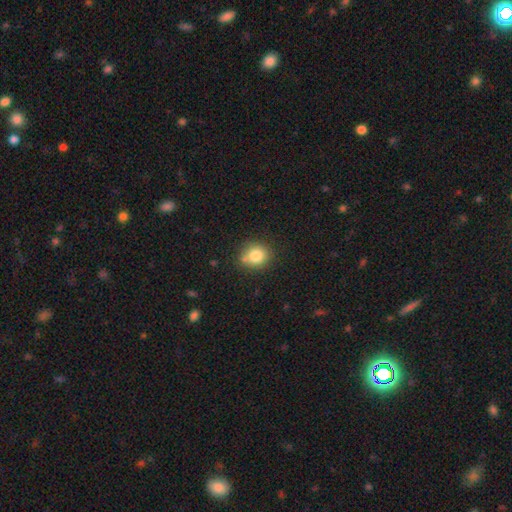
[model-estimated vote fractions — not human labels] Smooth or featured? Predicted: smooth (p=0.82). How rounded? Predicted: round (p=0.78). Merging? Predicted: none (p=0.72).